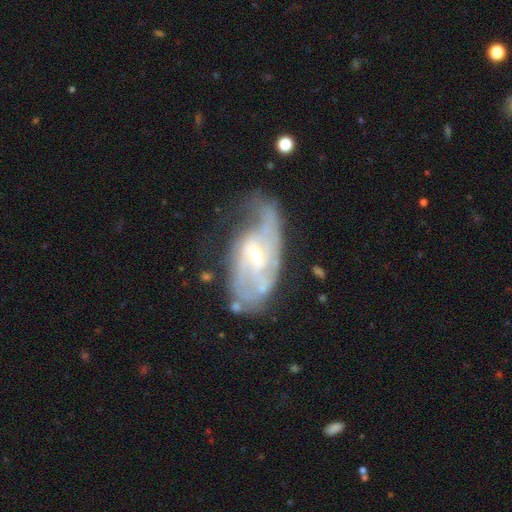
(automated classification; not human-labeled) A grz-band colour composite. It shows a featured or disk galaxy (81%) with a weak bar (50%), 2 (39%) medium (41%) spiral arms (86%) and a small central bulge (60%). Merging: none (43%).